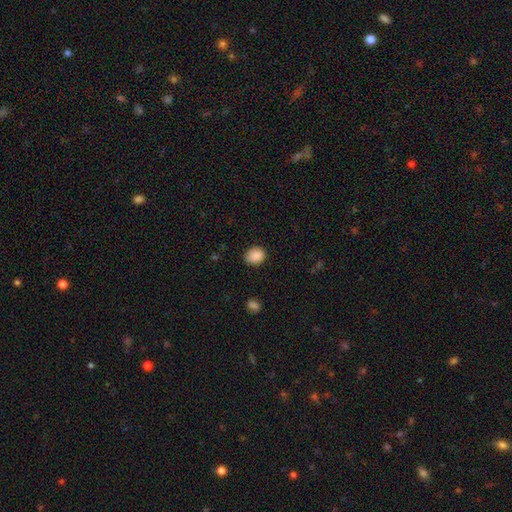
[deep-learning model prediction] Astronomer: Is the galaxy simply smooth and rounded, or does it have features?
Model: smooth — 88%.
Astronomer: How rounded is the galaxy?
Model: round — 62%.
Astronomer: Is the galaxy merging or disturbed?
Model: none — 82%.